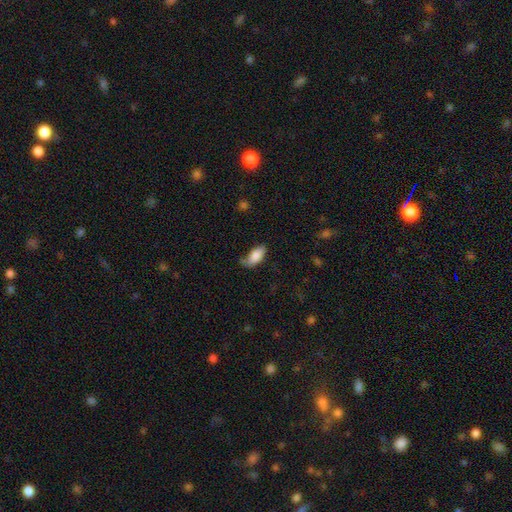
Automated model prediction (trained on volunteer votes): Smooth or featured: smooth — 83% (featured or disk — 11%)
How rounded: in between — 91% (cigar-shaped — 7%)
Merging: none — 51% (minor disturbance — 34%)